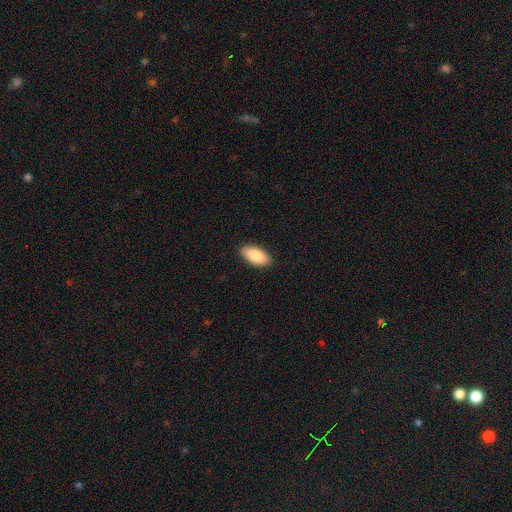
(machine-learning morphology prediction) smooth-or-featured: smooth: 88% | star or artifact: 6% | featured or disk: 6%
  how-rounded: in between: 91% | cigar-shaped: 7% | round: 2%
  merging: none: 88% | minor disturbance: 9% | major disturbance: 2% | merger: 1%